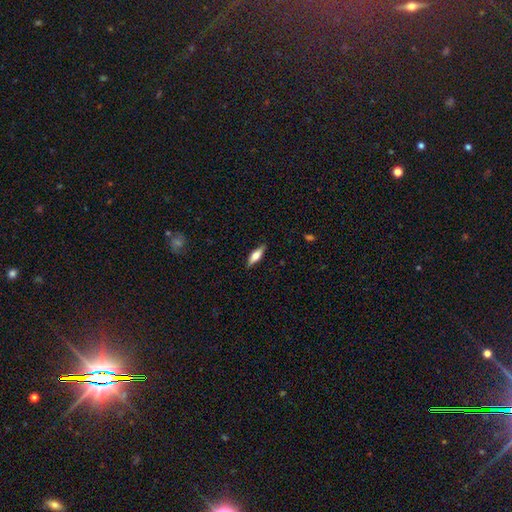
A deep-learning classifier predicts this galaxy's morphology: Overall: smooth (61%; featured or disk 33%). How rounded: in between (49%; cigar-shaped 48%). Merging: none (86%).